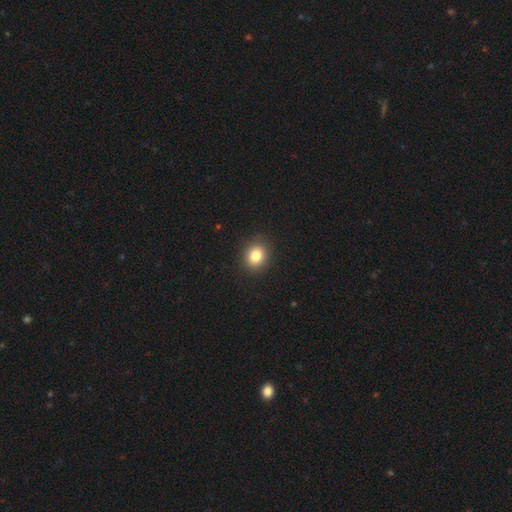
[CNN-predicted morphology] Smooth or featured?
  - smooth: 83% *
  - star or artifact: 11%
  - featured or disk: 7%
How rounded?
  - round: 60% *
  - in between: 39%
  - cigar-shaped: 1%
Merging?
  - none: 89% *
  - minor disturbance: 8%
  - major disturbance: 2%
  - merger: 1%